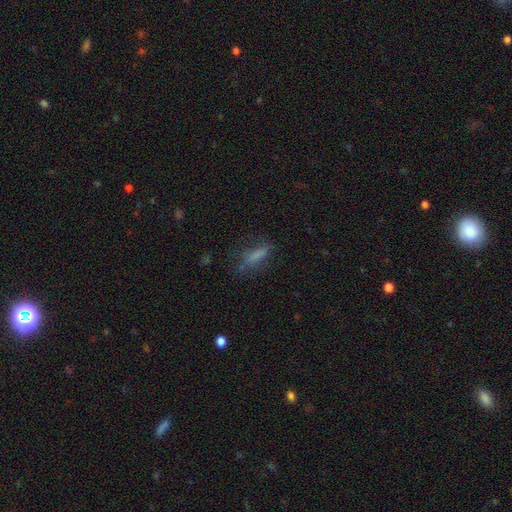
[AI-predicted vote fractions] smooth 67%, featured or disk 18%, star or artifact 15%. Down the decision tree: how rounded — in between (49%); merging — none (55%).